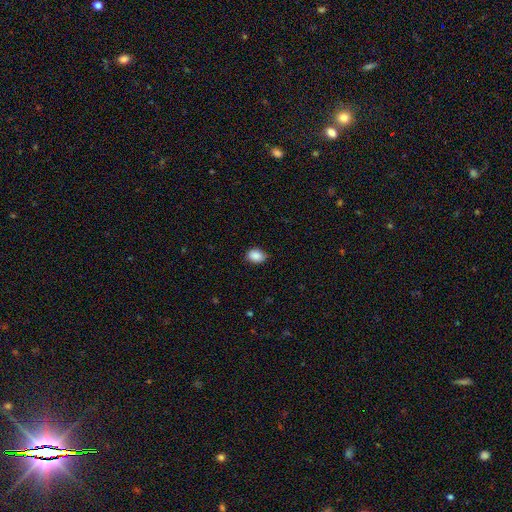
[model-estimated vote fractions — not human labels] Overall: smooth (88%). How rounded: in between (71%). Merging: none (80%).